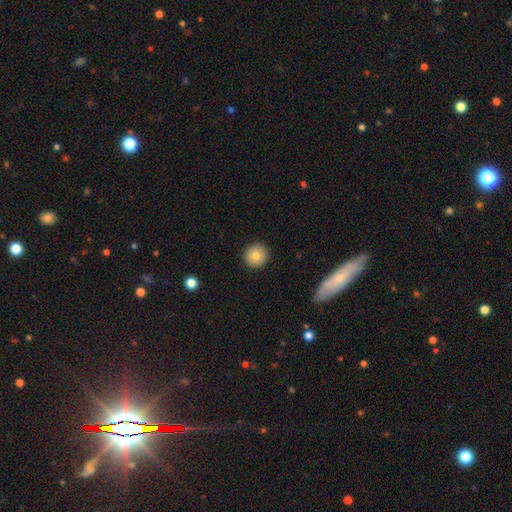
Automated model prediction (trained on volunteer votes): smooth 82%, featured or disk 10%, star or artifact 9%. Down the decision tree: how rounded — round (94%); merging — none (92%).